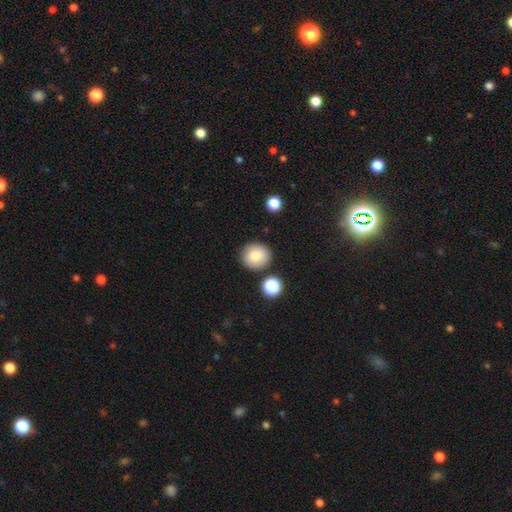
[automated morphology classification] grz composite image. It shows a smooth galaxy with no disk features (82%) that is round (88%). Merging: none (84%).